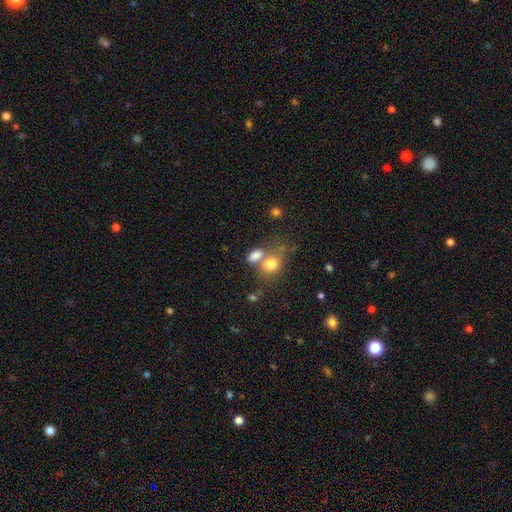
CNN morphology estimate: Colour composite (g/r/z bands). It shows a smooth galaxy with no disk features (79%) that is in between round and cigar-shaped (78%). Merging: merger (43%).